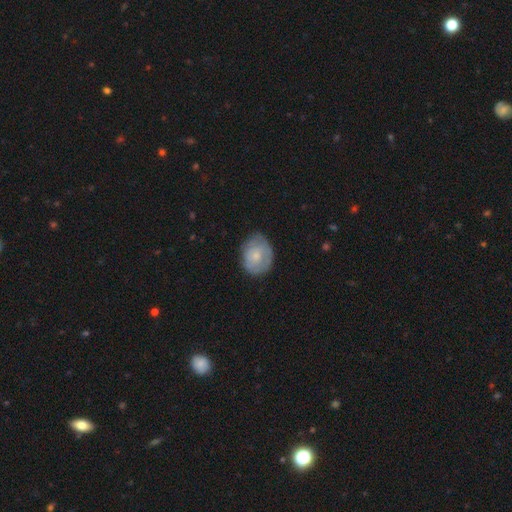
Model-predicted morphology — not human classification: This is possibly a smooth galaxy (58%). How rounded: possibly in between (53%). Merging: likely none (66%).